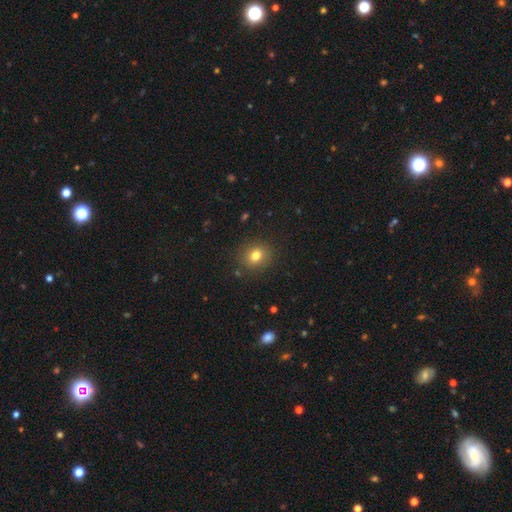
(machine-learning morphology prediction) A smooth galaxy with no disk features (78%) that is round (74%).

Vote fractions:
- Smooth or featured? smooth: 78% / star or artifact: 13% / featured or disk: 9%
- How rounded? round: 74% / in between: 26% / cigar-shaped: 1%
- Merging? none: 87% / minor disturbance: 8% / major disturbance: 3% / merger: 1%